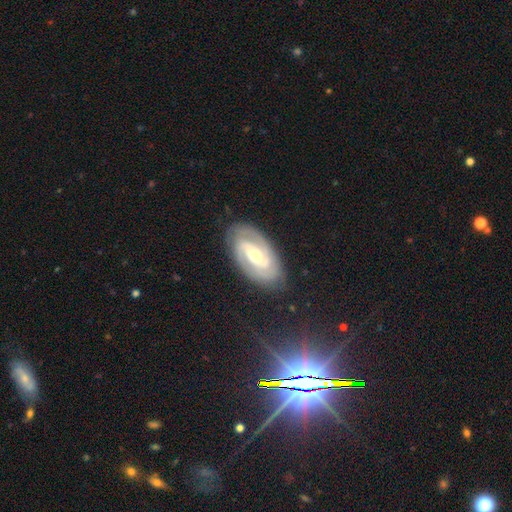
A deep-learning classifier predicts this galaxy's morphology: A featured or disk galaxy (83%) with a weak bar (42%), 2 (68%) tight (55%) spiral arms (93%) and a moderate central bulge (59%).

Vote fractions:
- Smooth or featured? featured or disk: 83% / smooth: 12% / star or artifact: 5%
- Edge-on disk? no: 95% / yes: 5%
- Bar? weak: 42% / strong: 31% / no: 27%
- Spiral arms? yes: 93% / no: 7%
- Spiral winding? tight: 55% / medium: 35% / loose: 11%
- Spiral arm count? 2: 68% / can't tell: 16% / 3: 9% / 1: 3% / 4: 3% / more than 4: 2%
- Bulge size? moderate: 59% / small: 35% / large: 4% / none: 1% / dominant: 1%
- Merging? none: 81% / minor disturbance: 13% / major disturbance: 4% / merger: 1%